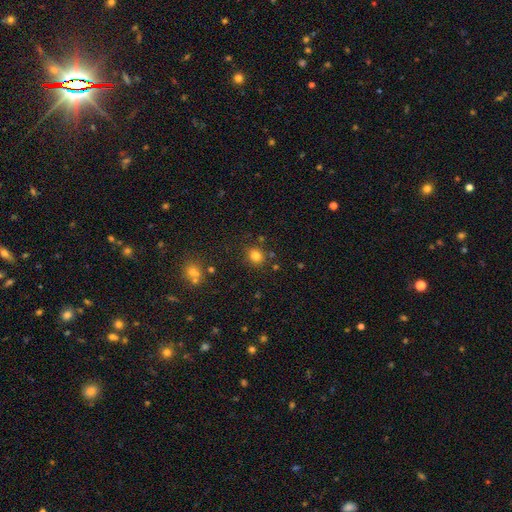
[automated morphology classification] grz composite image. It shows a smooth galaxy with no disk features (80%) that is round (83%). Merging: none (82%).